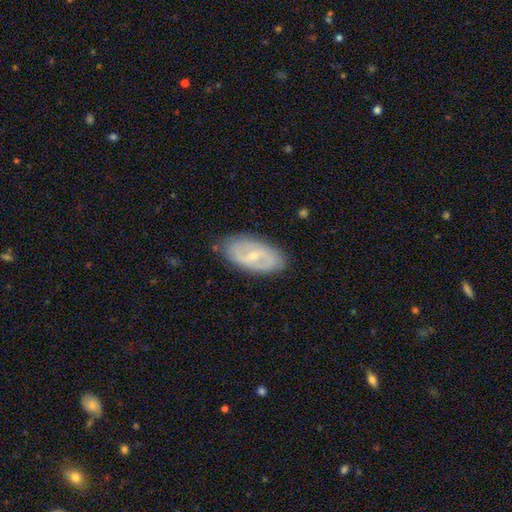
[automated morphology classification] smooth_or_featured: featured or disk (p=0.64) [alt: smooth p=0.26]
disk_edge_on: no (p=0.90) [alt: yes p=0.10]
bar: weak (p=0.48) [alt: no p=0.27]
has_spiral_arms: yes (p=0.70) [alt: no p=0.30]
bulge_size: small (p=0.65) [alt: moderate p=0.29]
merging: none (p=0.85) [alt: minor disturbance p=0.11]